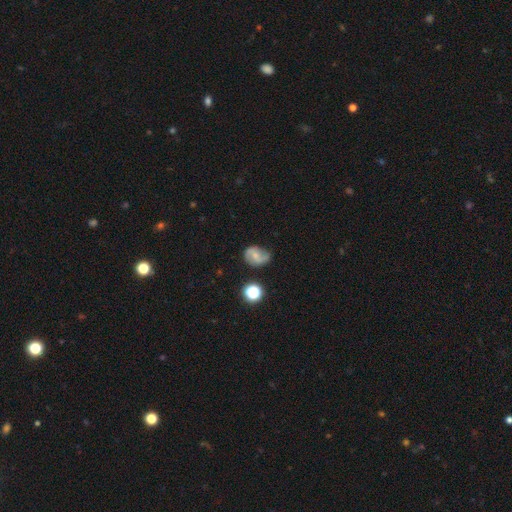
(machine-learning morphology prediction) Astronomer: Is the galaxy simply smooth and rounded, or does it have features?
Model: featured or disk — 55% (runner-up: smooth, 34%).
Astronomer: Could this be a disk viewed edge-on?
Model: no — 97%.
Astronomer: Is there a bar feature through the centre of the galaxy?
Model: weak — 44% (runner-up: no, 40%).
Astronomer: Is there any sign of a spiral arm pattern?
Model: yes — 87%.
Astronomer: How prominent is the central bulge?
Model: small — 54%.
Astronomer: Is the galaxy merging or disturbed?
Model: none — 61%.